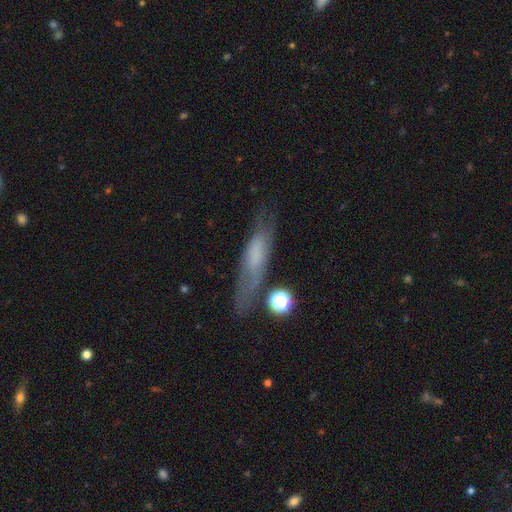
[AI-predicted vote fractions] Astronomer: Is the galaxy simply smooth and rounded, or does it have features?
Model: smooth — 51% (runner-up: featured or disk, 38%).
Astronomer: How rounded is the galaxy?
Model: cigar-shaped — 70%.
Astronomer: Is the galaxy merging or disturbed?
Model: none — 63%.